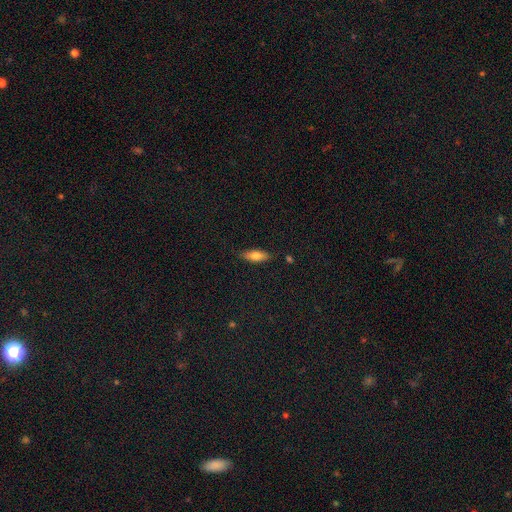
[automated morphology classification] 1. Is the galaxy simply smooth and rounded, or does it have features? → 72% smooth, 21% featured or disk, 7% star or artifact.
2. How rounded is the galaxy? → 64% in between, 33% cigar-shaped, 2% round.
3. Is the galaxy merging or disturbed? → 83% none, 13% minor disturbance, 2% major disturbance, 2% merger.